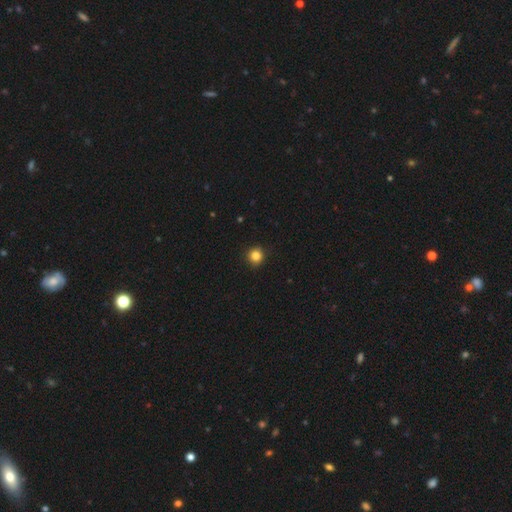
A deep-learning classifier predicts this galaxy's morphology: Smooth or featured?
  - smooth: 84% *
  - star or artifact: 12%
  - featured or disk: 4%
How rounded?
  - round: 93% *
  - in between: 6%
  - cigar-shaped: 1%
Merging?
  - none: 90% *
  - minor disturbance: 7%
  - major disturbance: 2%
  - merger: 1%